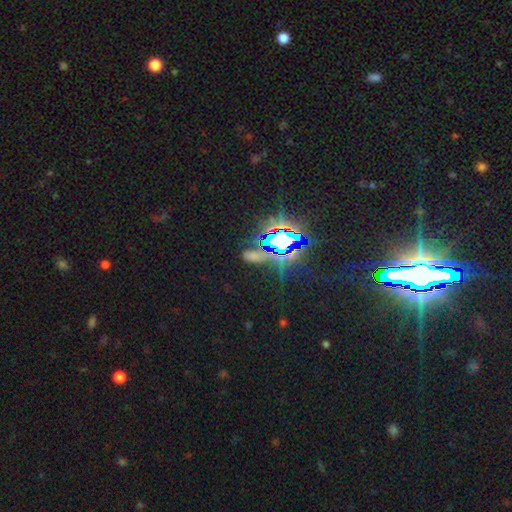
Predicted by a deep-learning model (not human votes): The model was most divided on "smooth or featured": star or artifact: 67%, smooth: 22%, featured or disk: 11%.